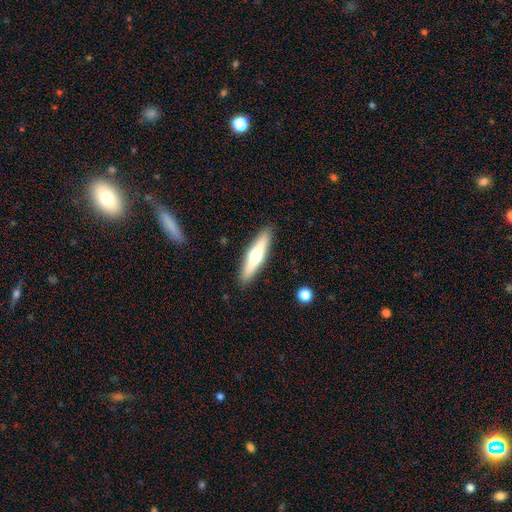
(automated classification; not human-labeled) A featured or disk galaxy (54%) viewed edge-on (93%) with a rounded central bulge (93%). Merging: none (90%).